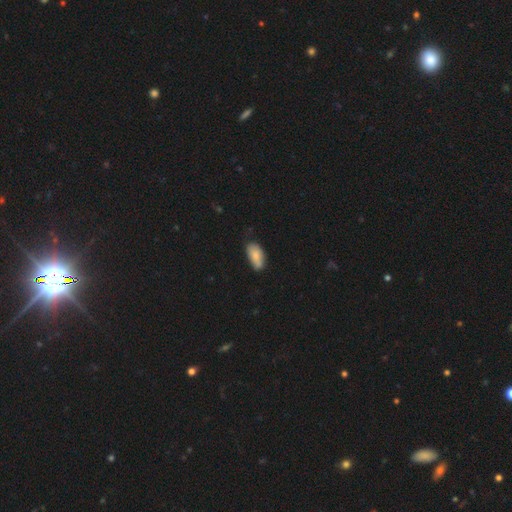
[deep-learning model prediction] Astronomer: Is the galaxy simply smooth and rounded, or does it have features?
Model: smooth — 81%.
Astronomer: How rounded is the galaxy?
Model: in between — 92%.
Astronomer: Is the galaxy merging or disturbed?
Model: none — 63%.